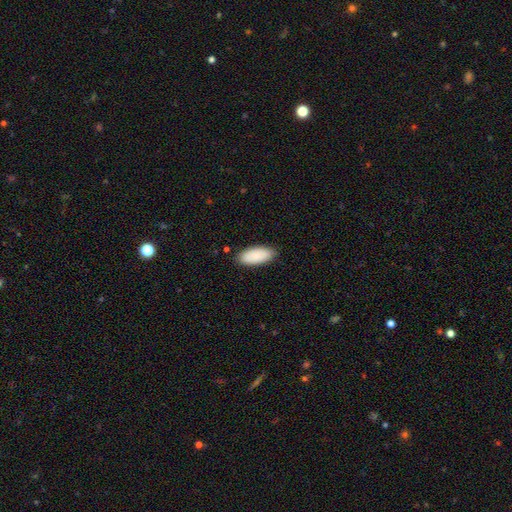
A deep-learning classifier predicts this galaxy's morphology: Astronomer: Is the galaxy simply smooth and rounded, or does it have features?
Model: smooth — 90%.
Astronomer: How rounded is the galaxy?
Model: in between — 89%.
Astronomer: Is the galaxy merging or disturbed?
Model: none — 86%.